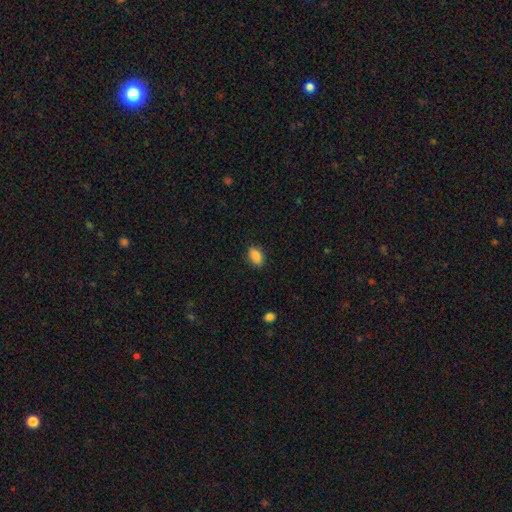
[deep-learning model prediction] A smooth galaxy with no disk features (88%) that is in between round and cigar-shaped (89%). Merging: none (87%).